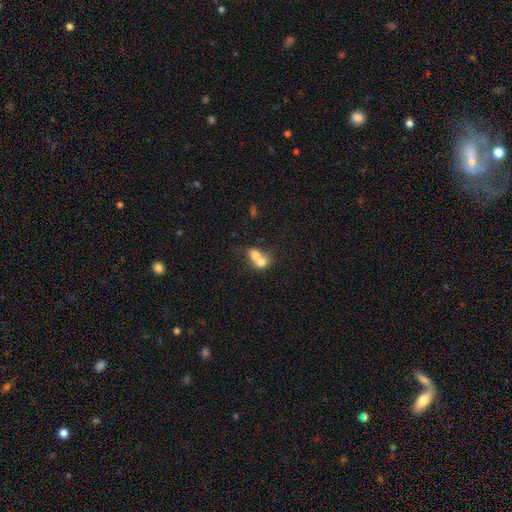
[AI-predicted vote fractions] smooth-or-featured: smooth: 70% | featured or disk: 21% | star or artifact: 9%
  how-rounded: round: 55% | in between: 44% | cigar-shaped: 1%
  merging: merger: 76% | none: 16% | minor disturbance: 5% | major disturbance: 3%